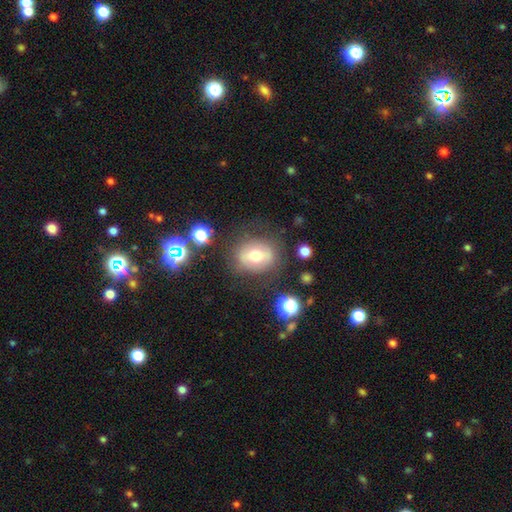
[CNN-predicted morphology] Overall: smooth (53%; featured or disk 34%). How rounded: round (53%; in between 46%). Merging: none (74%).